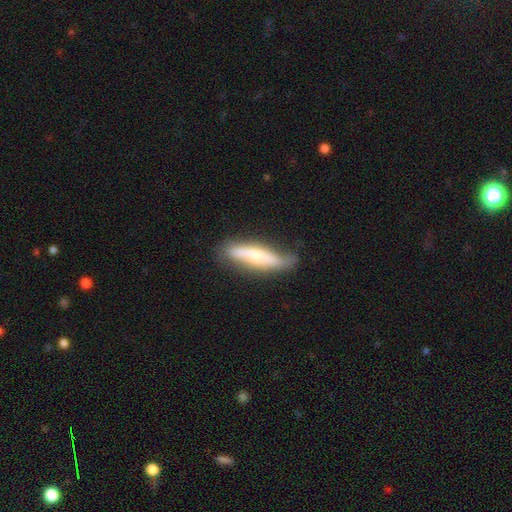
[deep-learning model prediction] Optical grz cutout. It shows a smooth galaxy with no disk features (52%) that is cigar-shaped (81%). Merging: none (61%).